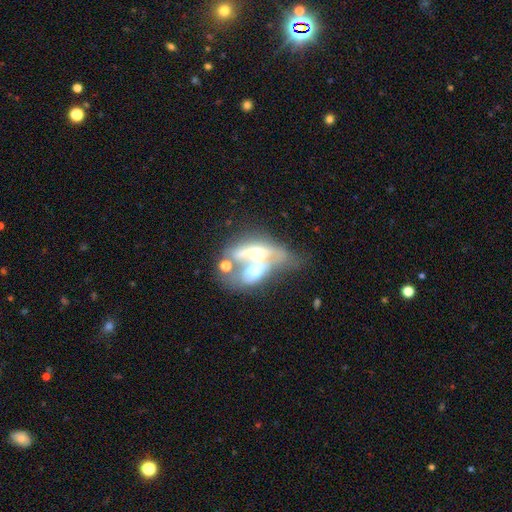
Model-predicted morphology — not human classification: Smooth or featured? Predicted: featured or disk (p=0.58). Edge-on disk? Predicted: no (p=0.79). Merging? Predicted: merger (p=0.61).